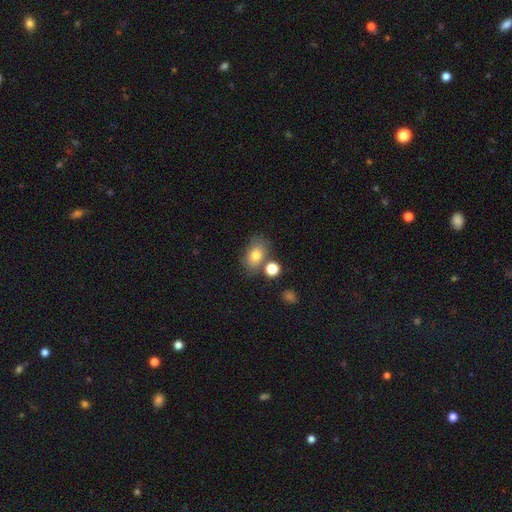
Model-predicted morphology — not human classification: A smooth galaxy with no disk features (77%) that is in between round and cigar-shaped (78%).

Vote fractions:
- Smooth or featured? smooth: 77% / featured or disk: 13% / star or artifact: 10%
- How rounded? in between: 78% / round: 21% / cigar-shaped: 1%
- Merging? none: 65% / merger: 15% / minor disturbance: 15% / major disturbance: 5%